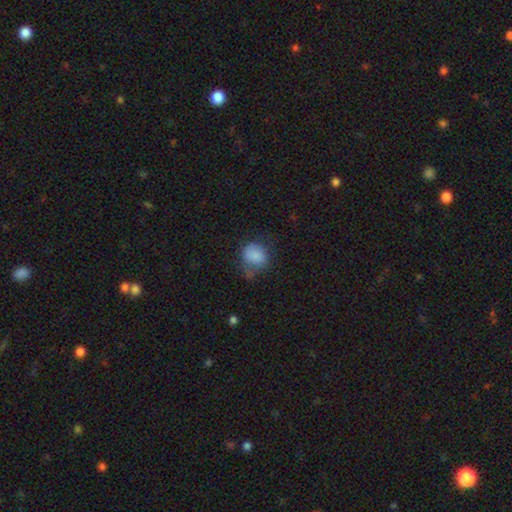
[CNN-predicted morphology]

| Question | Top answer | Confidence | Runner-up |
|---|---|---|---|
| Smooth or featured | smooth | 79% | featured or disk (12%) |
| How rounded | round | 59% | in between (40%) |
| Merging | none | 46% | minor disturbance (31%) |